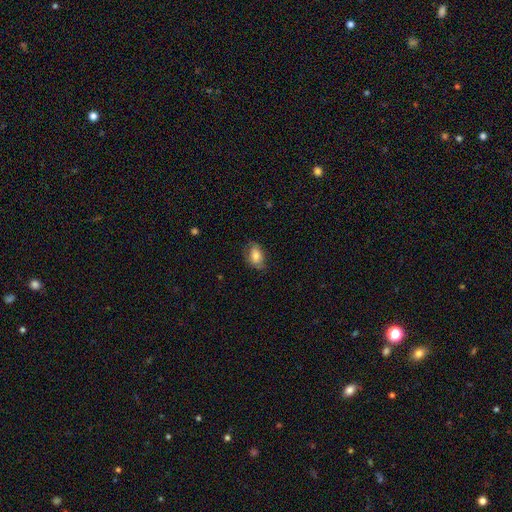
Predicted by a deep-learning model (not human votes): smooth 73%, featured or disk 20%, star or artifact 8%. Down the decision tree: how rounded — in between (88%); merging — none (69%).